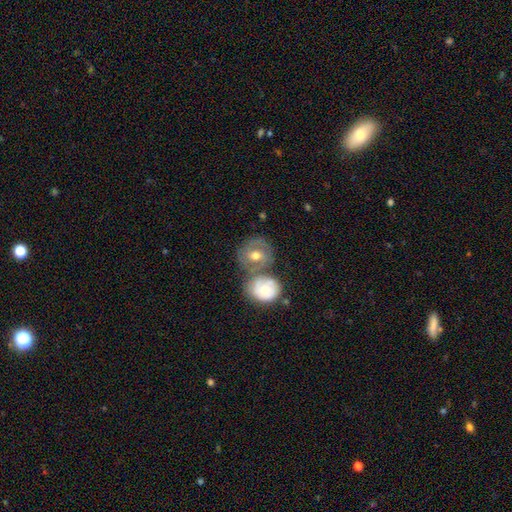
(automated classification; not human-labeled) This appears to be a featured or disk galaxy (55%) with no bar (55%), spiral arms (67%) and a moderate central bulge (75%). Merging: none (46%).